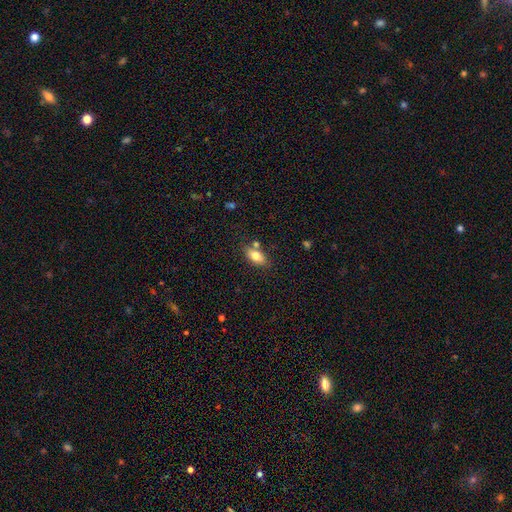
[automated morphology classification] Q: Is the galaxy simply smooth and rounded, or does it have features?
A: smooth — 76%.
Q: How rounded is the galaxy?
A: in between — 87%.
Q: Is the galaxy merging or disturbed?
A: none — 70%.